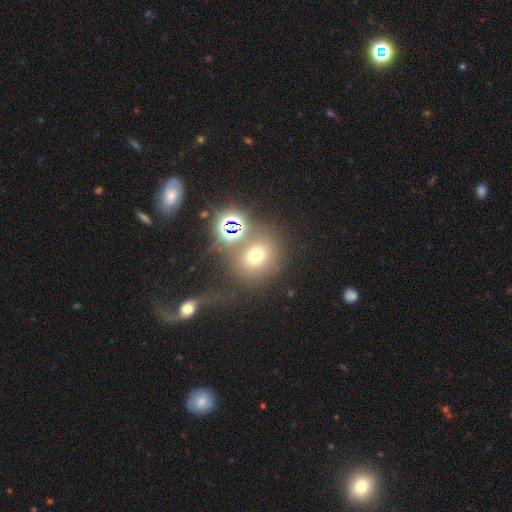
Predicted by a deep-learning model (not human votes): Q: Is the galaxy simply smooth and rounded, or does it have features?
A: smooth — 61%.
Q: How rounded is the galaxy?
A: round — 74%.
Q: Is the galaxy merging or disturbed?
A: none — 63%.